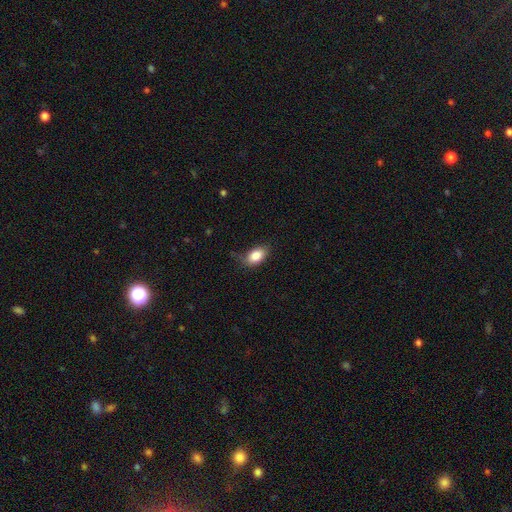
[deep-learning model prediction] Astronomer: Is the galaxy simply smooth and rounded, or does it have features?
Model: smooth — 85%.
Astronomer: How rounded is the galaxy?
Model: in between — 89%.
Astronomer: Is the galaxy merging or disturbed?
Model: none — 66%.